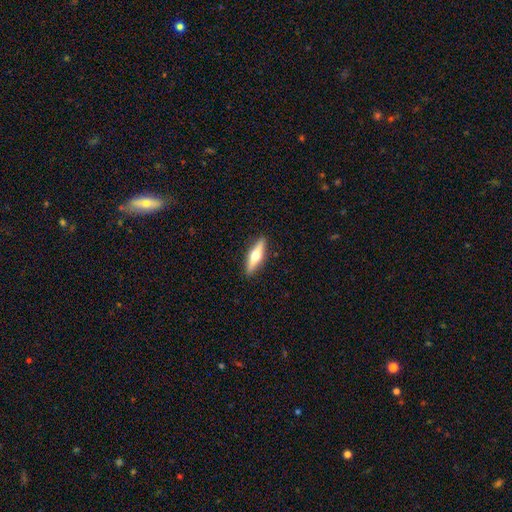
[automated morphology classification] Smooth or featured? featured or disk (51%)
Edge-on disk? yes (93%)
Merging? none (90%)